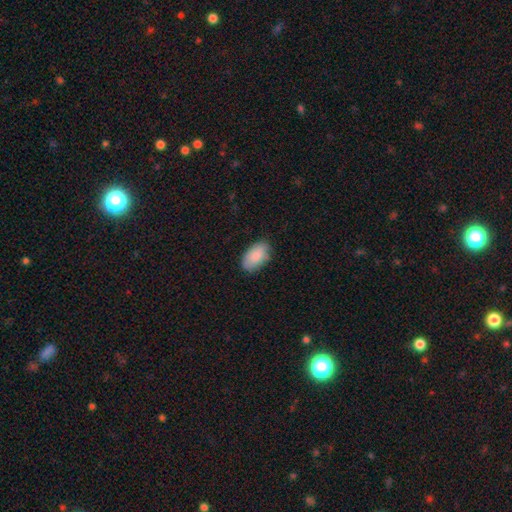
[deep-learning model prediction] A smooth galaxy with no disk features (87%) that is in between round and cigar-shaped (95%).

Vote fractions:
- Smooth or featured? smooth: 87% / featured or disk: 7% / star or artifact: 6%
- How rounded? in between: 95% / round: 4% / cigar-shaped: 2%
- Merging? none: 81% / minor disturbance: 15% / major disturbance: 3% / merger: 1%